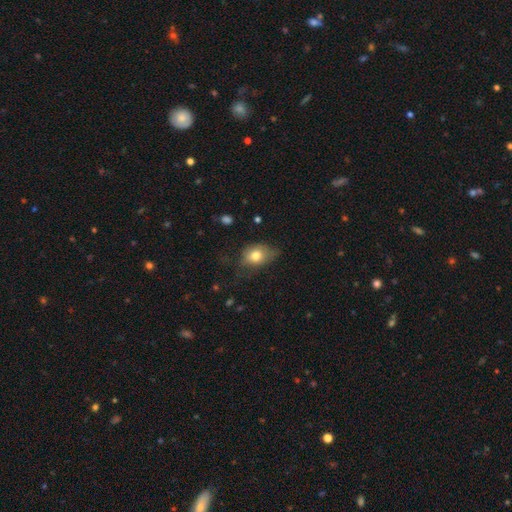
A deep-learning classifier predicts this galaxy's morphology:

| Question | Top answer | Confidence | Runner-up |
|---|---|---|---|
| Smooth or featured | smooth | 76% | featured or disk (14%) |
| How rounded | in between | 69% | round (29%) |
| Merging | none | 47% | minor disturbance (35%) |